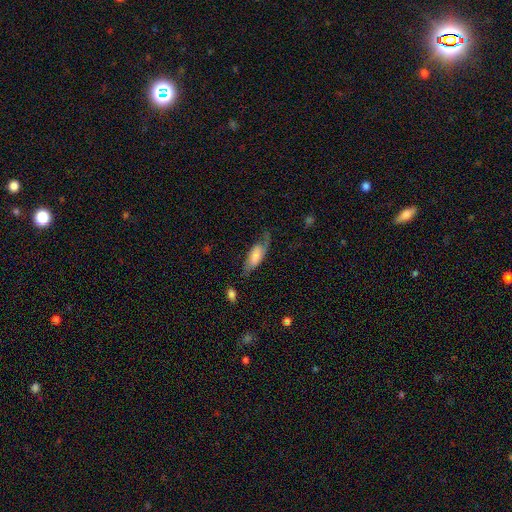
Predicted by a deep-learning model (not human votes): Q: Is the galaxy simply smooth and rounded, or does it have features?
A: smooth — 54%.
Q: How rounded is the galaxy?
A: in between — 73%.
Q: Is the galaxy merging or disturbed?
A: none — 51%.